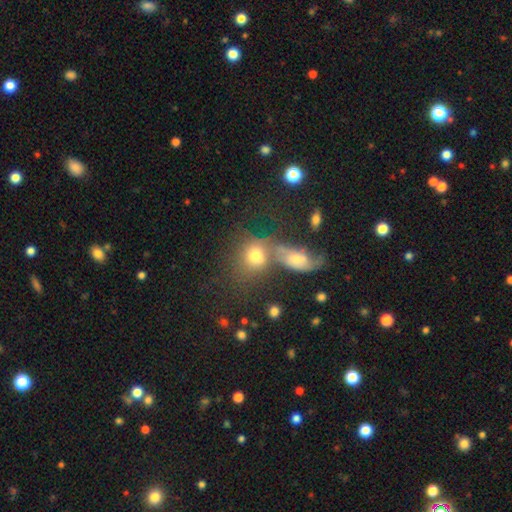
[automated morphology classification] type=smooth (69%); roundness=round (56%); merging=merger (47%).